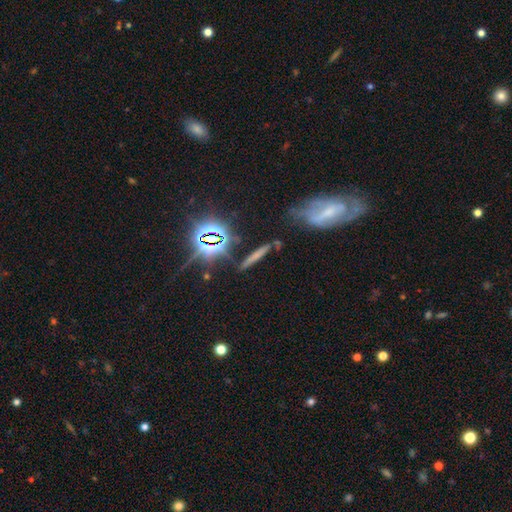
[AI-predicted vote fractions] smooth-or-featured: smooth: 50% | star or artifact: 25% | featured or disk: 25%
  merging: none: 71% | minor disturbance: 15% | merger: 8% | major disturbance: 6%